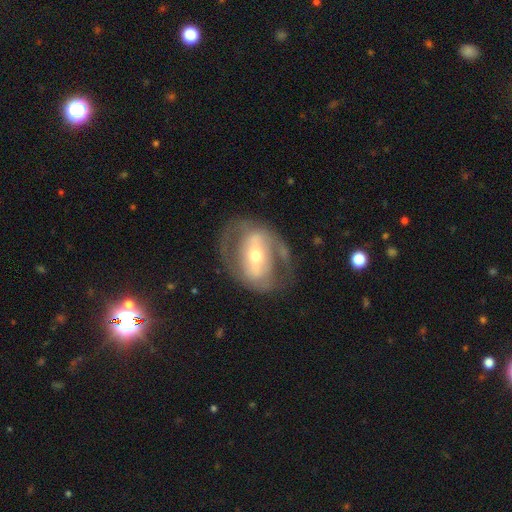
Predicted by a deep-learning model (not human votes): The model was most divided on "bar": strong: 50%, weak: 28%, no: 22%. More confident: edge-on disk — no (94%); smooth or featured — featured or disk (77%); merging — none (67%); spiral arms — yes (62%); bulge size — moderate (59%).